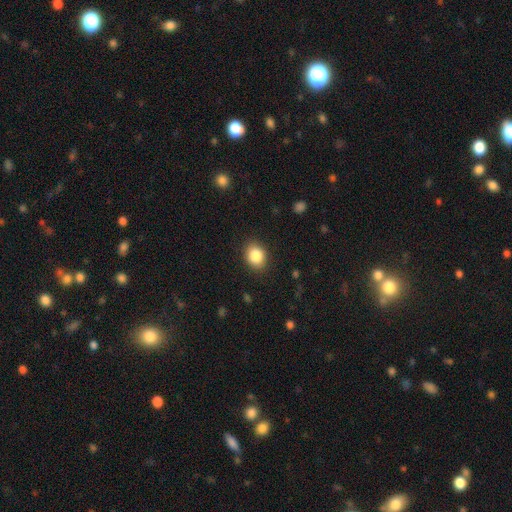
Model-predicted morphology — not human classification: Q: Smooth or featured?
A: smooth (86%); runner-up: star or artifact (9%)
Q: How rounded?
A: in between (50%); runner-up: round (49%)
Q: Merging?
A: none (88%); runner-up: minor disturbance (9%)